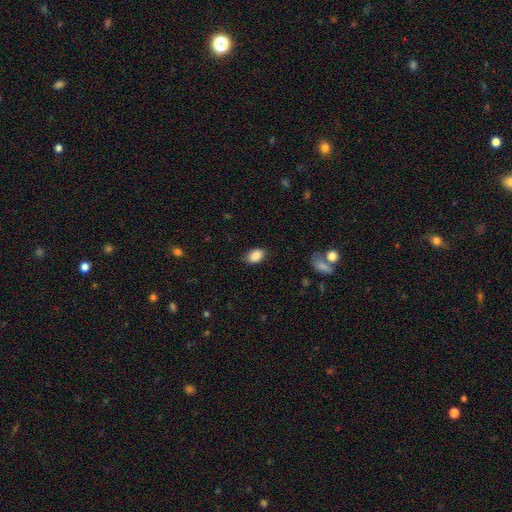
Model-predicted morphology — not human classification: Overall: smooth (88%). How rounded: in between (86%). Merging: none (81%).